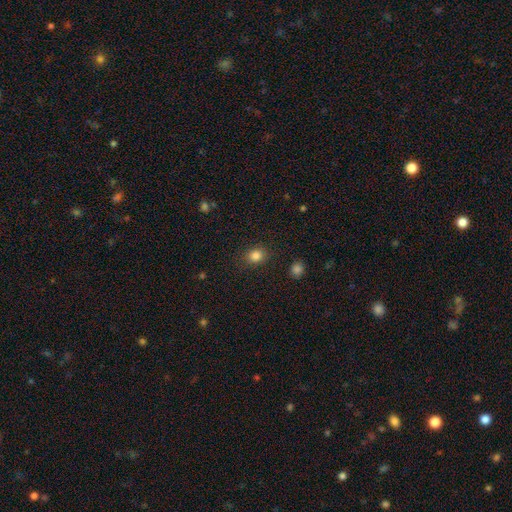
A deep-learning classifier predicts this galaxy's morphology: The model was most divided on "how rounded": round: 64%, in between: 35%, cigar-shaped: 1%. More confident: merging — none (85%); smooth or featured — smooth (83%).